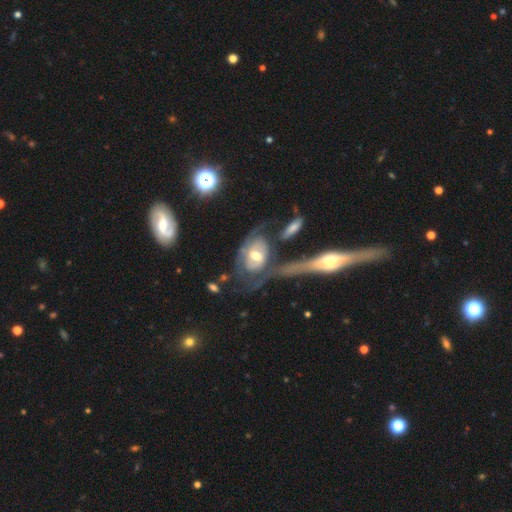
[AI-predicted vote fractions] This appears to be a featured or disk galaxy (68%) with no bar (63%), spiral arms (62%) and a moderate central bulge (66%). Merging: major disturbance (32%).